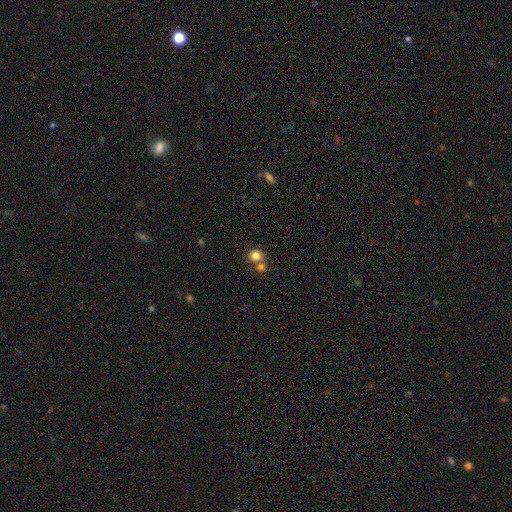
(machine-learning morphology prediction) Smooth or featured? Predicted: smooth (p=0.82). How rounded? Predicted: round (p=0.84). Merging? Predicted: none (p=0.56).